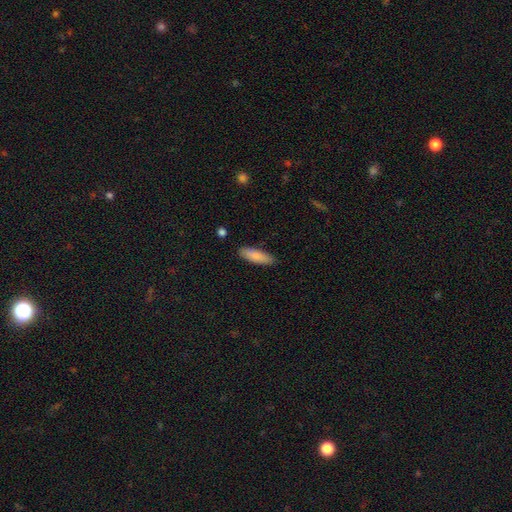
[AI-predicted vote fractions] Smooth or featured: smooth — 86% (featured or disk — 8%)
How rounded: in between — 50% (cigar-shaped — 49%)
Merging: none — 87% (minor disturbance — 9%)